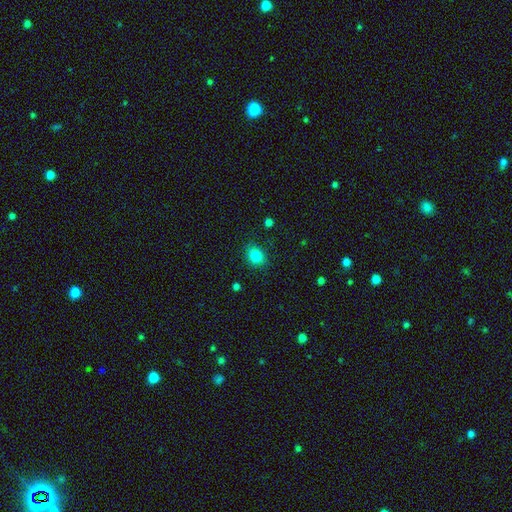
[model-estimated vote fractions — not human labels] A smooth galaxy with no disk features (83%) that is round (53%). Merging: none (86%).